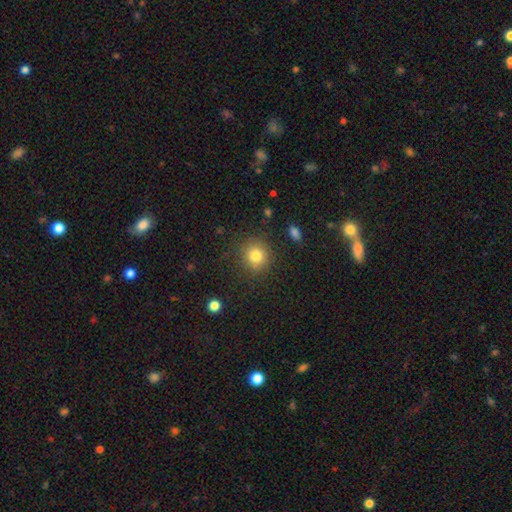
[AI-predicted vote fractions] smooth-or-featured: smooth: 80% | star or artifact: 12% | featured or disk: 8%
  how-rounded: round: 89% | in between: 10% | cigar-shaped: 1%
  merging: none: 86% | minor disturbance: 9% | major disturbance: 3% | merger: 2%